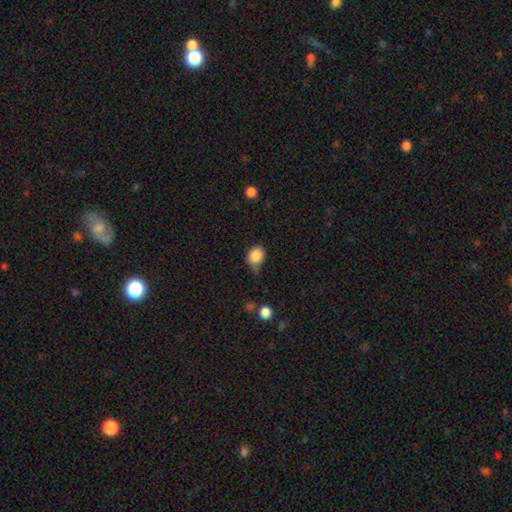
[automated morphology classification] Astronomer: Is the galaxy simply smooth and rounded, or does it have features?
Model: smooth — 86%.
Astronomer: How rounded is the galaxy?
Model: round — 57% (runner-up: in between, 42%).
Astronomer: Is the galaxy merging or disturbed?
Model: none — 51% (runner-up: minor disturbance, 35%).